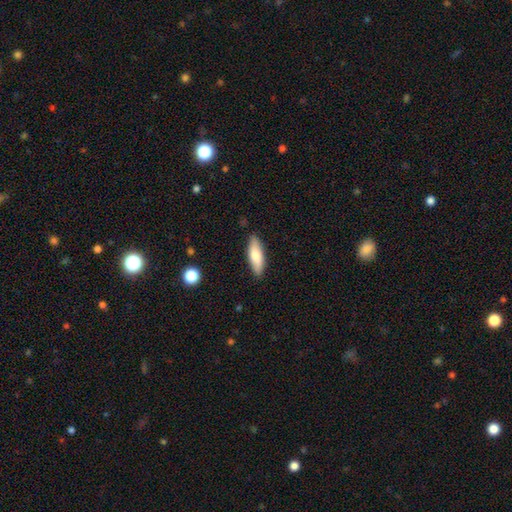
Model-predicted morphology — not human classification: smooth_or_featured: smooth (p=0.73) [alt: featured or disk p=0.21]
how_rounded: in between (p=0.54) [alt: cigar-shaped p=0.44]
merging: none (p=0.86) [alt: minor disturbance p=0.10]